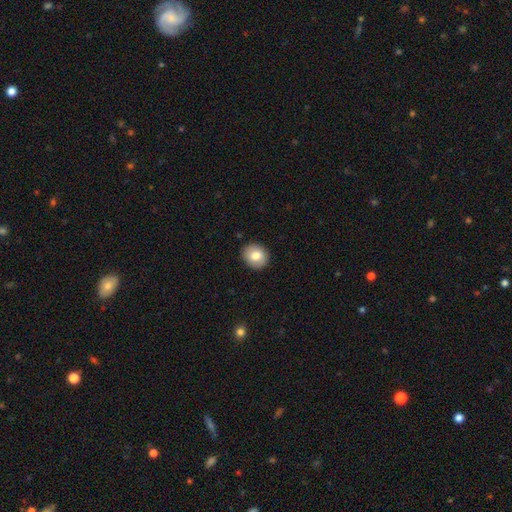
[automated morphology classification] smooth 79%, featured or disk 13%, star or artifact 8%. Down the decision tree: how rounded — round (72%); merging — none (89%).